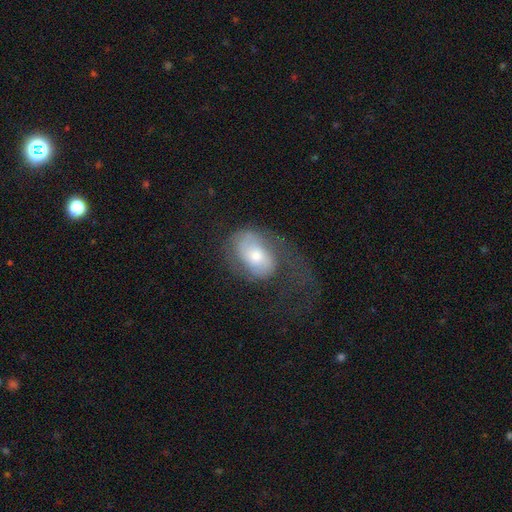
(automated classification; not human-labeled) featured or disk 51%, smooth 42%, star or artifact 7%. Down the decision tree: edge-on disk — no (95%); merging — major disturbance (48%).